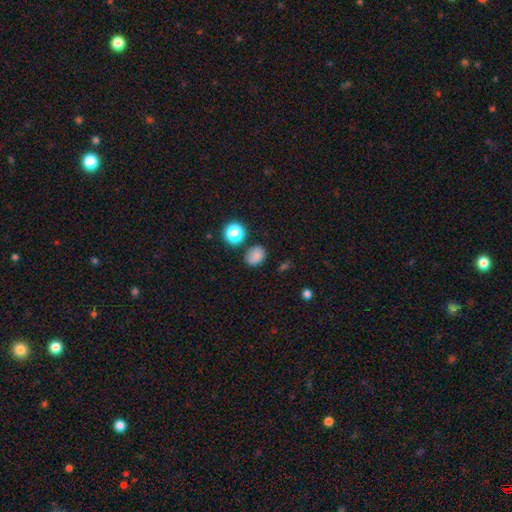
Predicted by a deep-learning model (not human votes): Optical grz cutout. It shows a smooth galaxy with no disk features (79%) that is in between round and cigar-shaped (55%). Merging: none (74%).